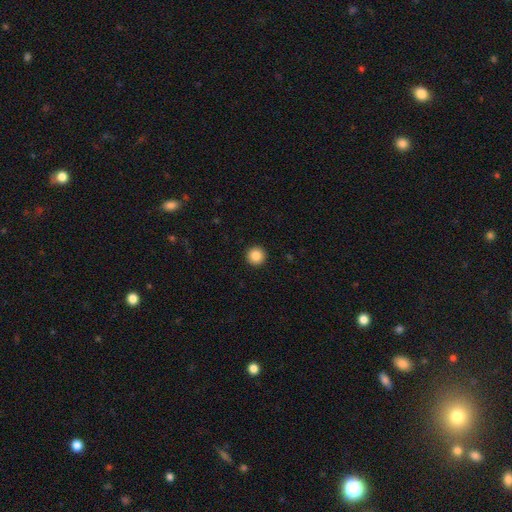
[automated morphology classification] A smooth galaxy with no disk features (86%) that is round (96%). Merging: none (94%).